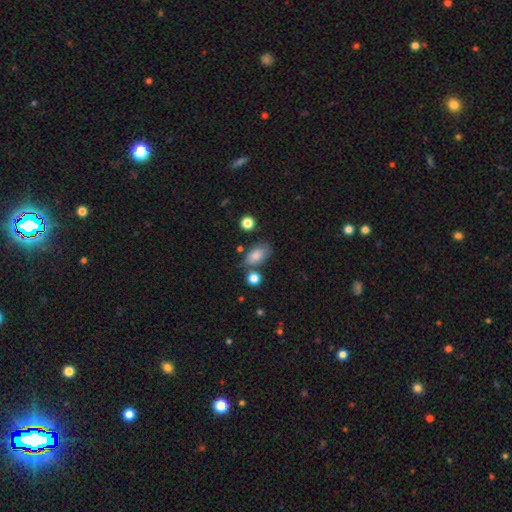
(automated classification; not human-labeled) Smooth or featured: smooth — 81% (featured or disk — 10%)
How rounded: in between — 88% (round — 8%)
Merging: none — 63% (minor disturbance — 21%)